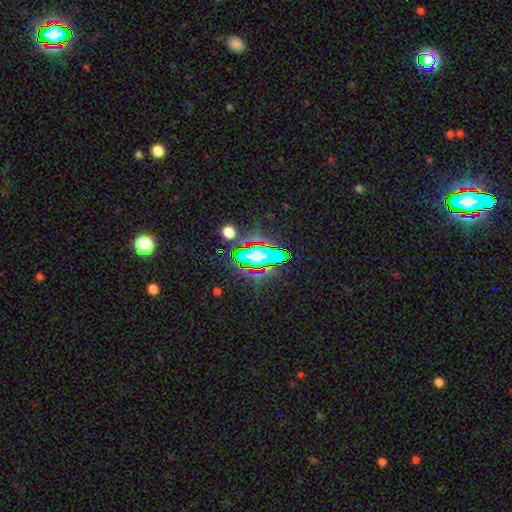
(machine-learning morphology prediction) type=star or artifact (60%).